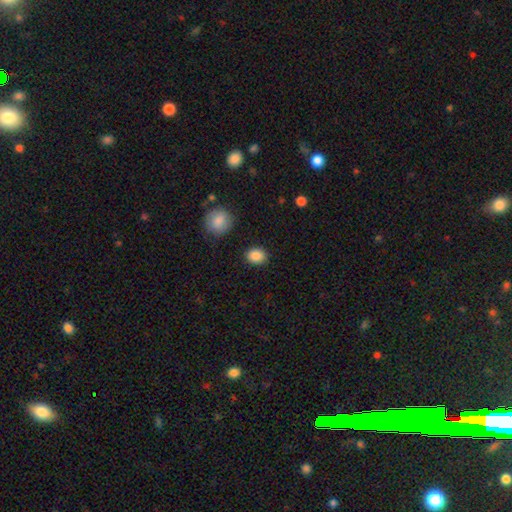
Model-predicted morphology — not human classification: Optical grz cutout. It shows a smooth galaxy with no disk features (88%) that is round (60%). Merging: none (88%).